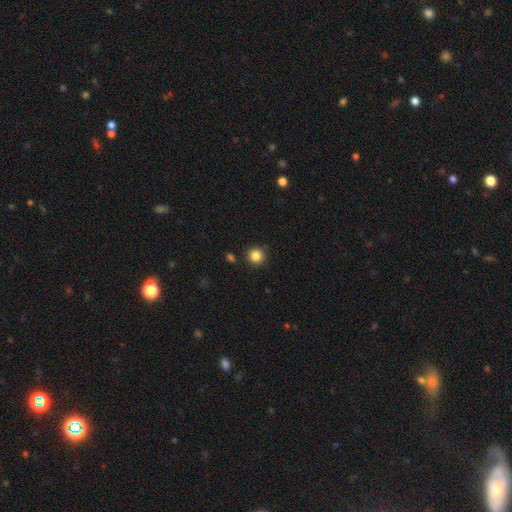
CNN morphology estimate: Smooth or featured?
  - smooth: 85% *
  - star or artifact: 11%
  - featured or disk: 4%
How rounded?
  - round: 95% *
  - in between: 4%
  - cigar-shaped: 1%
Merging?
  - none: 89% *
  - minor disturbance: 6%
  - merger: 2%
  - major disturbance: 2%